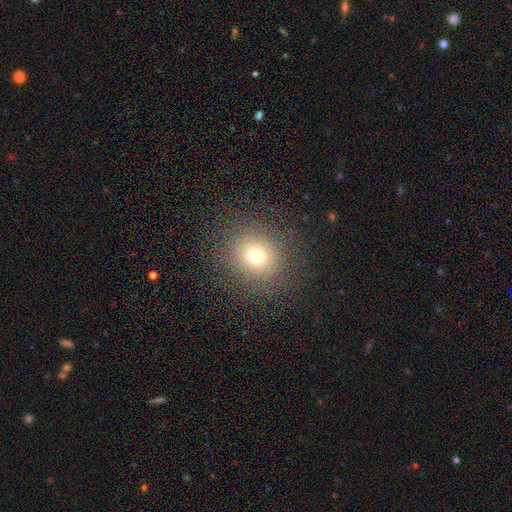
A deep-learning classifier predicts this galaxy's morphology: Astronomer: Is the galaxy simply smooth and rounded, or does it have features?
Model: smooth — 73%.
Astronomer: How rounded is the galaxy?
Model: round — 86%.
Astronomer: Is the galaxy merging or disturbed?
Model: none — 86%.